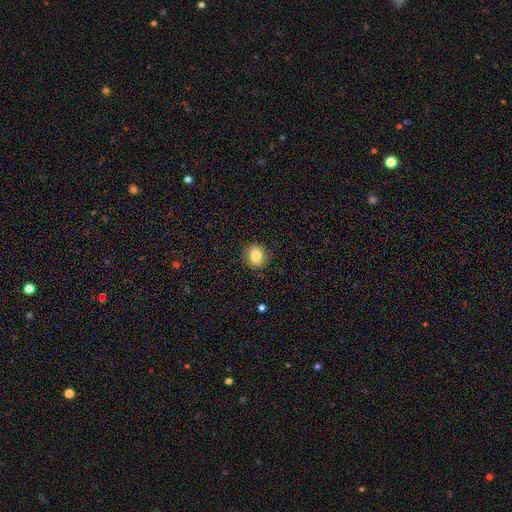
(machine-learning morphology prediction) type=smooth (80%); roundness=round (69%); merging=none (87%).